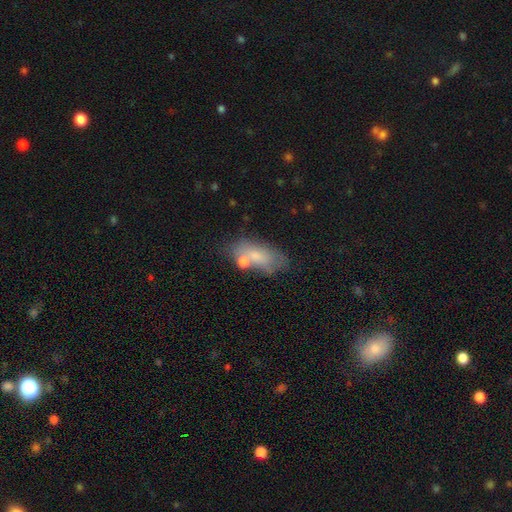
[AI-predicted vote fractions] smooth_or_featured: smooth (p=0.68) [alt: featured or disk p=0.22]
how_rounded: in between (p=0.86) [alt: cigar-shaped p=0.09]
merging: none (p=0.53) [alt: minor disturbance p=0.22]